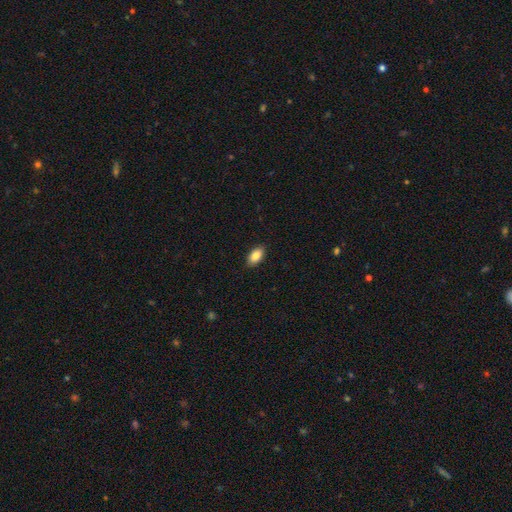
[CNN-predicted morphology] Q: Smooth or featured?
A: smooth (84%); runner-up: featured or disk (8%)
Q: How rounded?
A: in between (92%); runner-up: round (5%)
Q: Merging?
A: none (88%); runner-up: minor disturbance (9%)